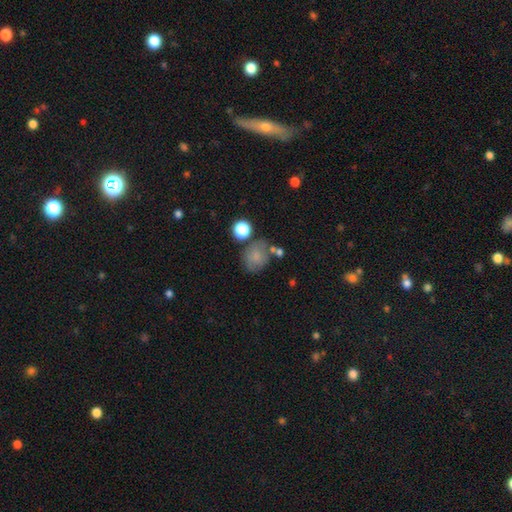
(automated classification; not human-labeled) Smooth or featured? Predicted: smooth (p=0.76). How rounded? Predicted: round (p=0.59). Merging? Predicted: none (p=0.56).